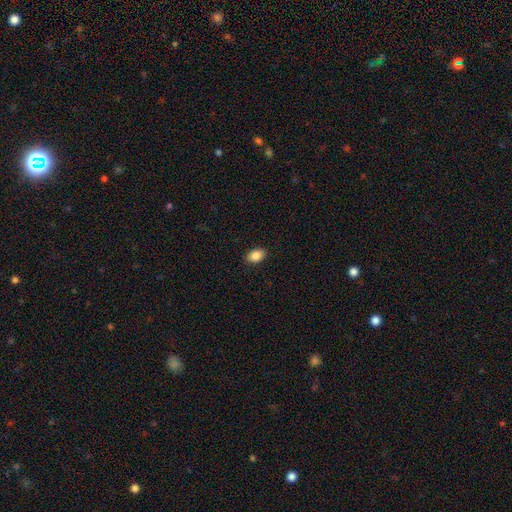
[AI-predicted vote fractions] smooth 87%, star or artifact 8%, featured or disk 5%. Down the decision tree: how rounded — in between (86%); merging — none (90%).